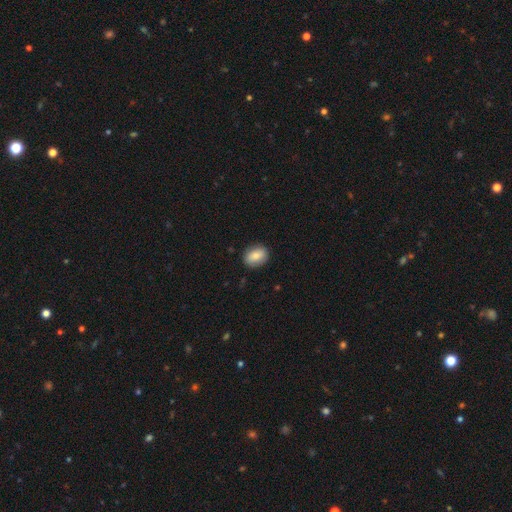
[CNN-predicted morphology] A smooth galaxy with no disk features (78%) that is in between round and cigar-shaped (66%).

Vote fractions:
- Smooth or featured? smooth: 78% / featured or disk: 15% / star or artifact: 8%
- How rounded? in between: 66% / round: 33% / cigar-shaped: 1%
- Merging? none: 86% / minor disturbance: 11% / major disturbance: 2% / merger: 1%